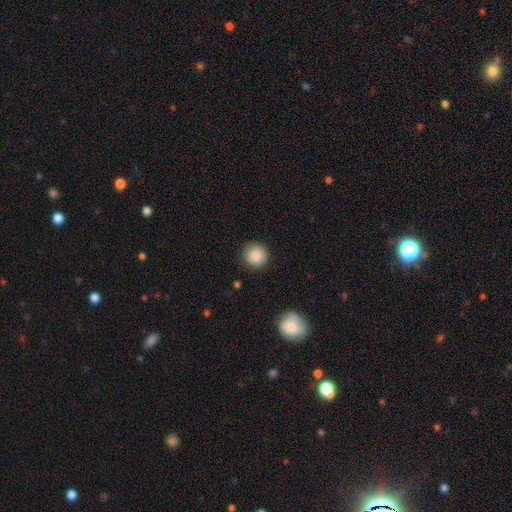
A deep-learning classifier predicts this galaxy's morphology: Q: Smooth or featured?
A: smooth (88%); runner-up: star or artifact (8%)
Q: How rounded?
A: round (94%); runner-up: in between (5%)
Q: Merging?
A: none (90%); runner-up: minor disturbance (7%)